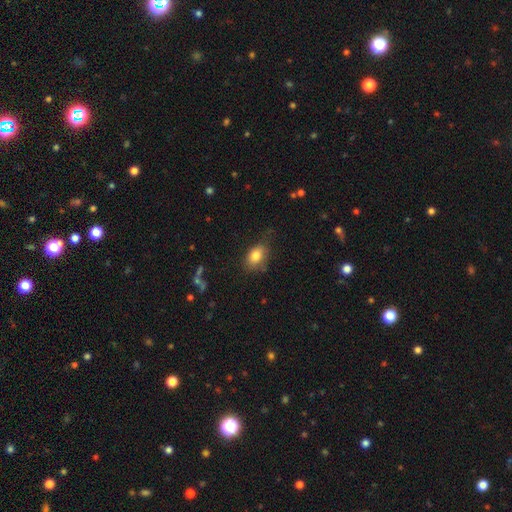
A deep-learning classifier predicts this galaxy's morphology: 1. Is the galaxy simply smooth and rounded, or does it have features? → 82% smooth, 9% featured or disk, 9% star or artifact.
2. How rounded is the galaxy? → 81% in between, 18% round, 2% cigar-shaped.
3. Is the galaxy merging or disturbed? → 68% none, 24% minor disturbance, 6% major disturbance, 2% merger.